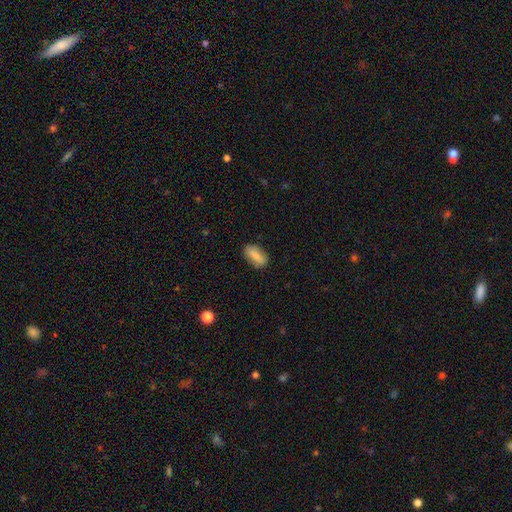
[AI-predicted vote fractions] Overall: smooth (78%). How rounded: in between (86%). Merging: none (84%).